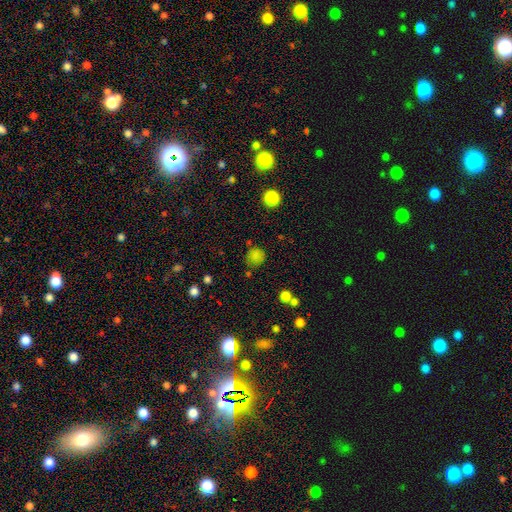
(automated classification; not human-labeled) This is likely a smooth galaxy (78%). How rounded: clearly round (88%). Merging: likely none (75%).